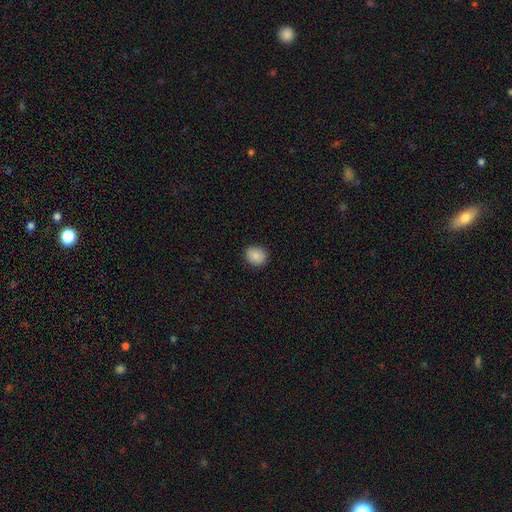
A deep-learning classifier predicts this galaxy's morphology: smooth-or-featured: smooth: 87% | star or artifact: 8% | featured or disk: 5%
  how-rounded: round: 69% | in between: 30% | cigar-shaped: 1%
  merging: none: 89% | minor disturbance: 8% | major disturbance: 2% | merger: 1%